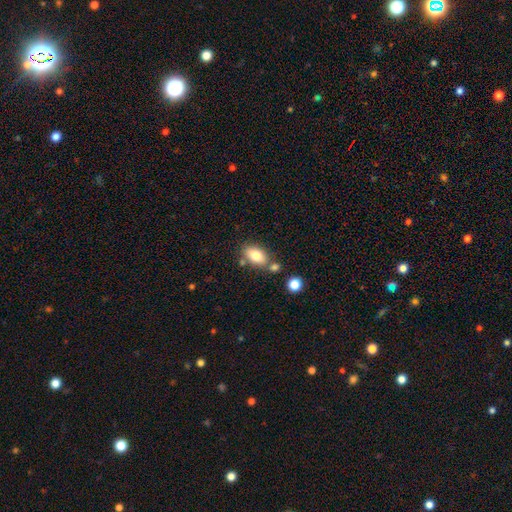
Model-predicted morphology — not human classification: This is clearly a smooth galaxy (81%). How rounded: clearly in between (89%). Merging: likely none (66%).